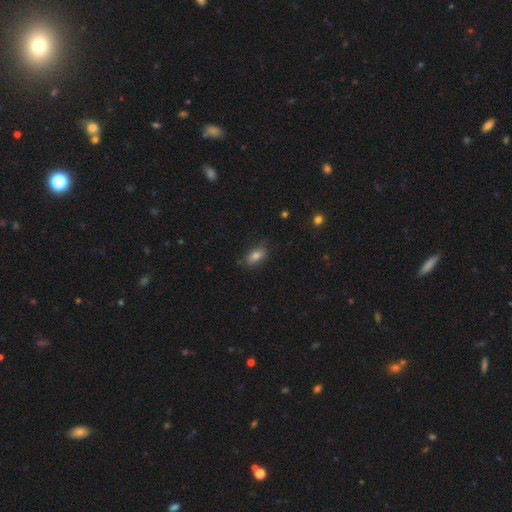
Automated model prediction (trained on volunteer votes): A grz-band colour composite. It shows a smooth galaxy with no disk features (79%) that is in between round and cigar-shaped (85%). Merging: none (76%).